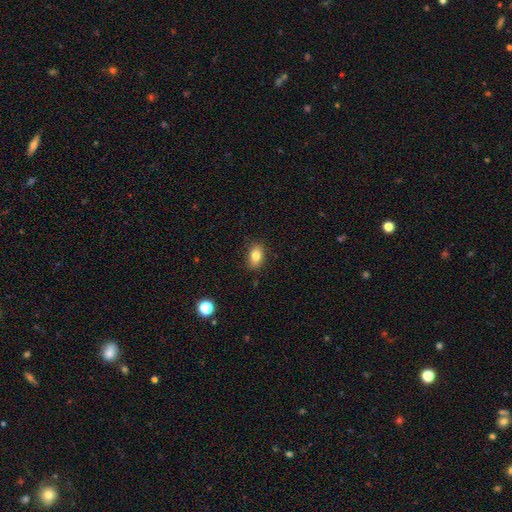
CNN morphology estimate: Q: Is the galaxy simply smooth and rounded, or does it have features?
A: smooth — 82%.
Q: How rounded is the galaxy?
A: in between — 84%.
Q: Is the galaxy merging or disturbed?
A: none — 86%.